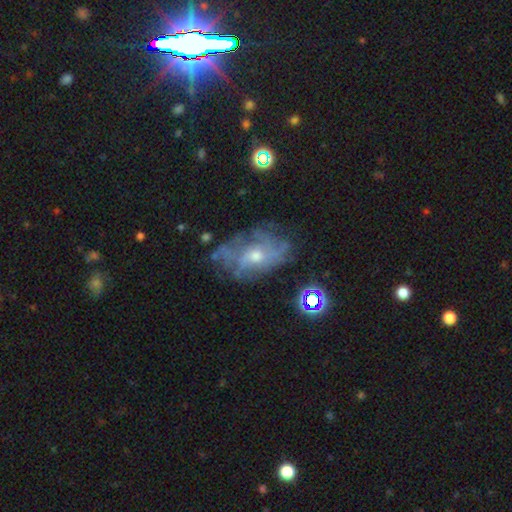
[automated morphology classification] Q: Smooth or featured?
A: featured or disk (70%); runner-up: smooth (17%)
Q: Edge-on disk?
A: no (96%); runner-up: yes (4%)
Q: Bar?
A: no (76%); runner-up: weak (20%)
Q: Spiral arms?
A: yes (63%); runner-up: no (37%)
Q: Bulge size?
A: moderate (49%); runner-up: small (45%)
Q: Merging?
A: none (55%); runner-up: minor disturbance (23%)